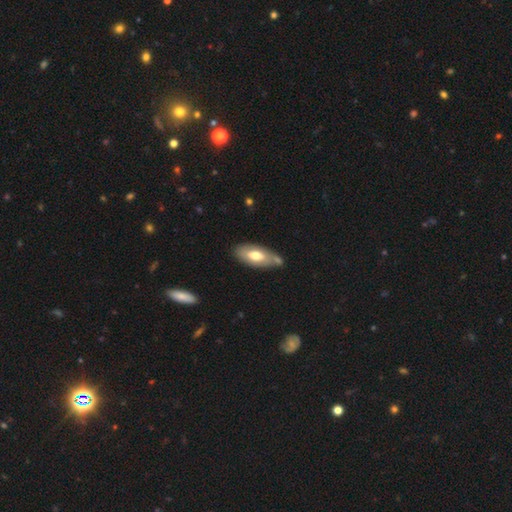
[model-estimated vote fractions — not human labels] A smooth galaxy with no disk features (60%) that is in between round and cigar-shaped (85%).

Vote fractions:
- Smooth or featured? smooth: 60% / featured or disk: 34% / star or artifact: 5%
- How rounded? in between: 85% / cigar-shaped: 13% / round: 2%
- Merging? none: 59% / minor disturbance: 22% / merger: 14% / major disturbance: 5%